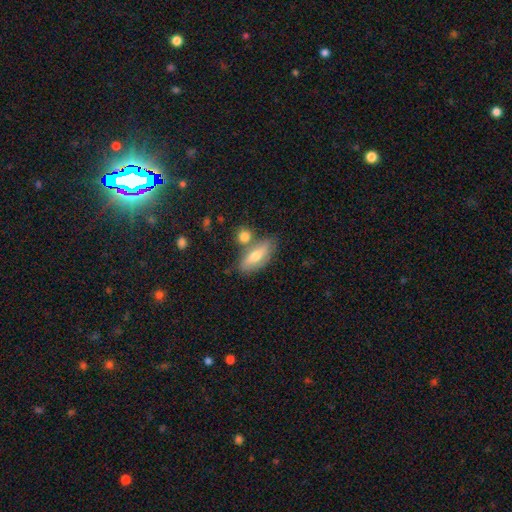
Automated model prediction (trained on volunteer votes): Smooth or featured?
  - smooth: 59% *
  - featured or disk: 34%
  - star or artifact: 7%
How rounded?
  - in between: 70% *
  - cigar-shaped: 25%
  - round: 5%
Merging?
  - none: 62% *
  - merger: 20%
  - minor disturbance: 15%
  - major disturbance: 4%